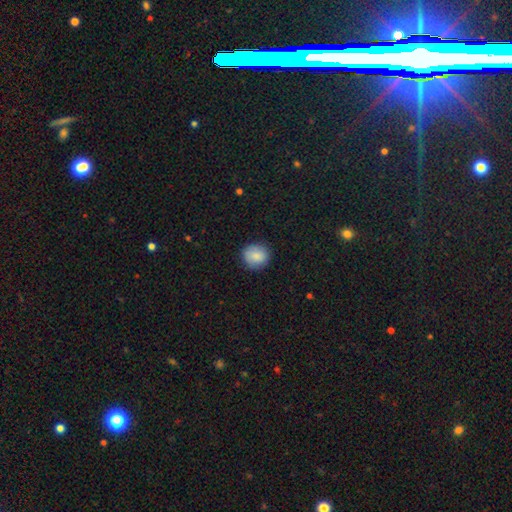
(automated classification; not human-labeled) Smooth or featured?
  - smooth: 86% *
  - star or artifact: 8%
  - featured or disk: 6%
How rounded?
  - round: 85% *
  - in between: 14%
  - cigar-shaped: 1%
Merging?
  - none: 87% *
  - minor disturbance: 9%
  - major disturbance: 2%
  - merger: 1%